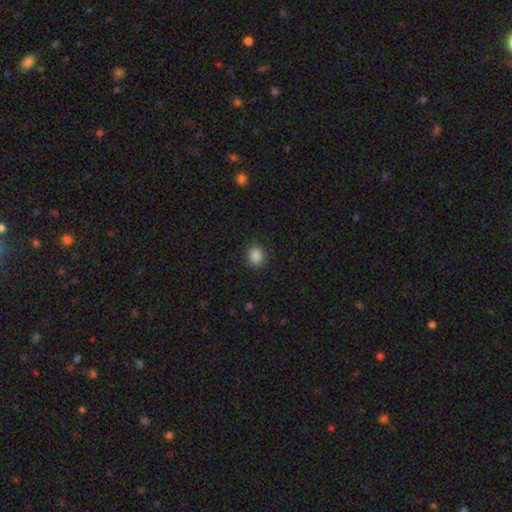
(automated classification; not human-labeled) smooth-or-featured: smooth: 86% | star or artifact: 10% | featured or disk: 3%
  how-rounded: round: 69% | in between: 30% | cigar-shaped: 1%
  merging: none: 88% | minor disturbance: 8% | major disturbance: 2% | merger: 1%